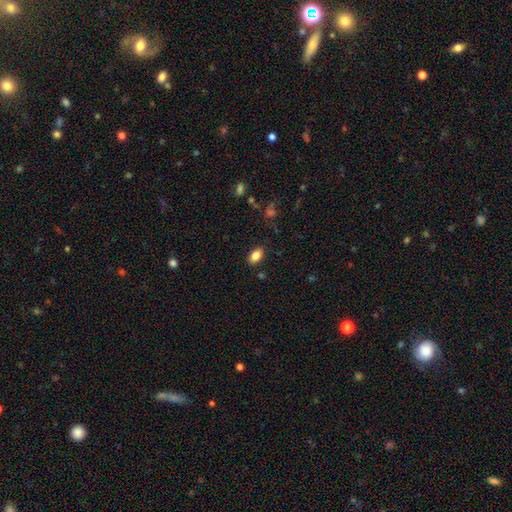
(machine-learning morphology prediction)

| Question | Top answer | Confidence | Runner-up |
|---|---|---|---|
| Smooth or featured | smooth | 84% | star or artifact (9%) |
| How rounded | in between | 90% | round (7%) |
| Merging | none | 86% | minor disturbance (10%) |